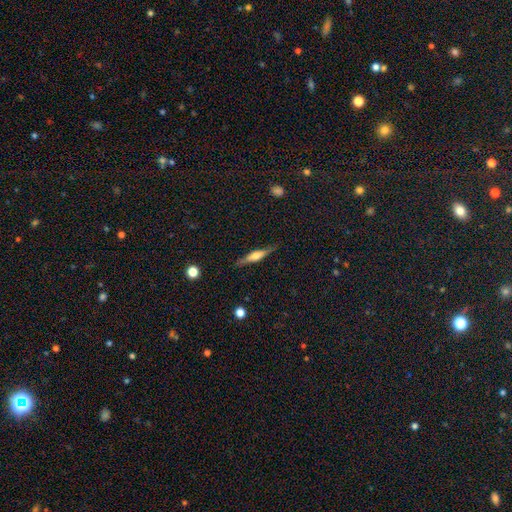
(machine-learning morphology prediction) featured or disk 60%, smooth 33%, star or artifact 7%. Down the decision tree: edge-on disk — yes (95%); edge-on bulge — rounded (78%); merging — none (85%).